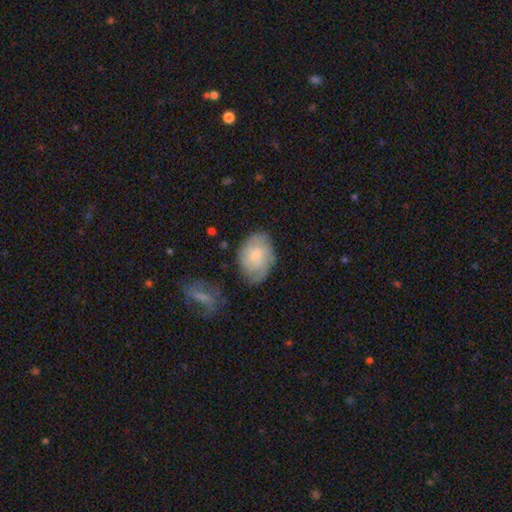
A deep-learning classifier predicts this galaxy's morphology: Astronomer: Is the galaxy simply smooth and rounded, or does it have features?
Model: featured or disk — 49% (runner-up: smooth, 44%).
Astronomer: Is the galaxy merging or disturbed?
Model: none — 66%.